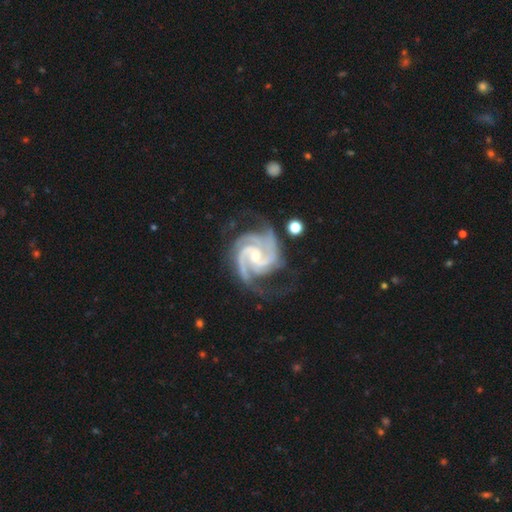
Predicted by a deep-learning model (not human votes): featured or disk 94%, star or artifact 3%, smooth 2%. Down the decision tree: edge-on disk — no (98%); bar — no (48%); spiral arms — yes (99%); spiral arm count — 3 (54%); spiral winding — medium (47%, tied with tight); bulge size — small (55%); merging — none (62%).